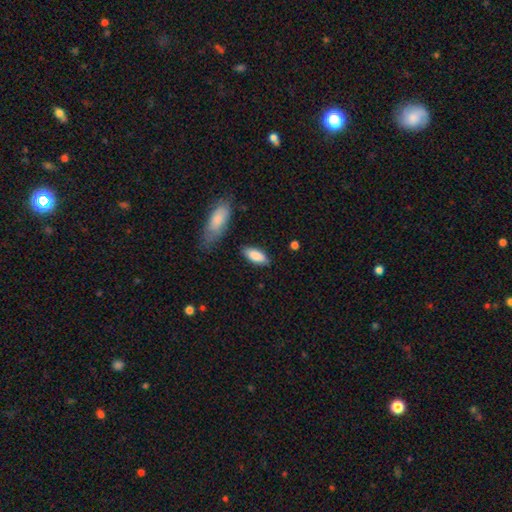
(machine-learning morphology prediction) This is clearly a smooth galaxy (86%). How rounded: clearly in between (81%). Merging: clearly none (82%).